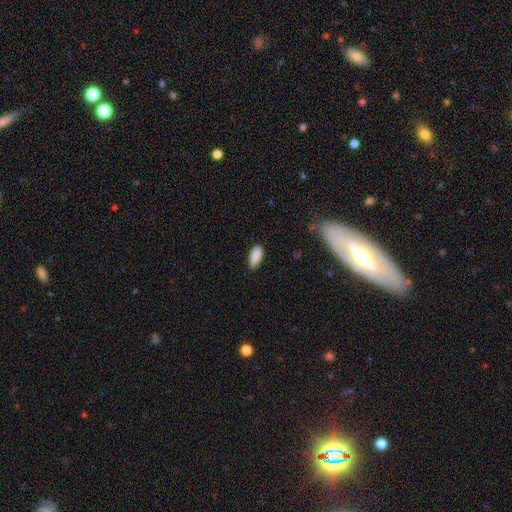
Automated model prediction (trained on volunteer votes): This appears to be a smooth galaxy with no disk features (89%) that is in between round and cigar-shaped (91%). Merging: none (76%).